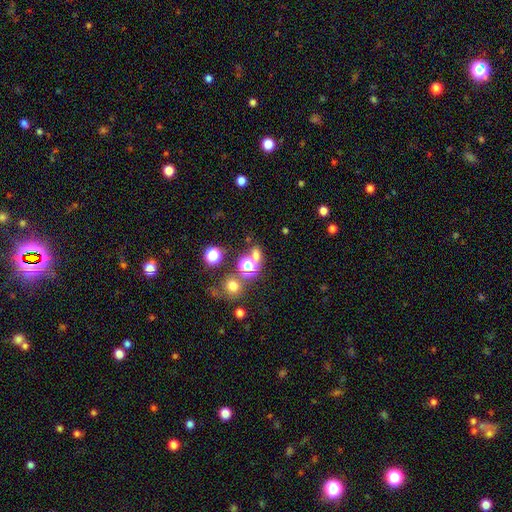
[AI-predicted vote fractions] smooth_or_featured: smooth (p=0.52) [alt: star or artifact p=0.39]
how_rounded: round (p=0.66) [alt: in between p=0.31]
merging: none (p=0.64) [alt: merger p=0.21]